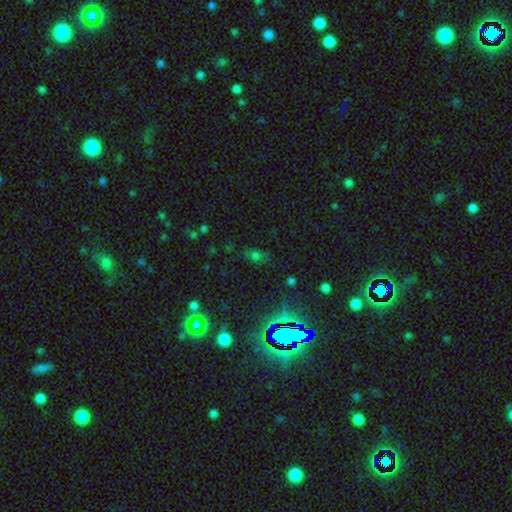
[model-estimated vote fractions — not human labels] smooth-or-featured: star or artifact: 44% (tied) | smooth: 44% (tied) | featured or disk: 12%